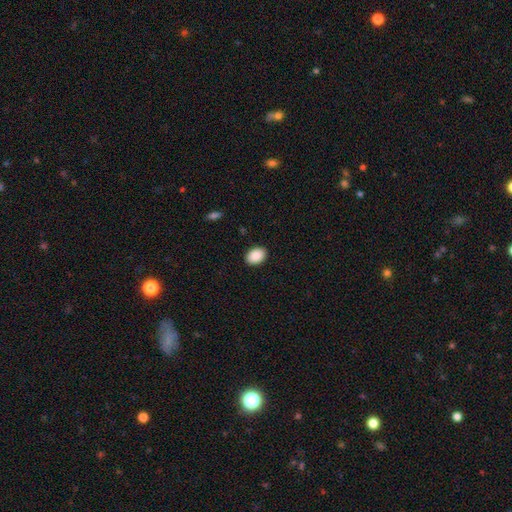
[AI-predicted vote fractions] The model was most divided on "how rounded": in between: 80%, round: 19%, cigar-shaped: 1%. More confident: smooth or featured — smooth (90%); merging — none (90%).